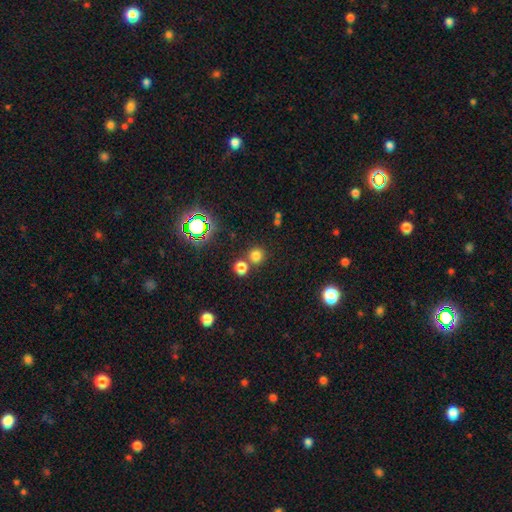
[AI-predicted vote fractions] A smooth galaxy with no disk features (72%) that is round (90%).

Vote fractions:
- Smooth or featured? smooth: 72% / star or artifact: 22% / featured or disk: 6%
- How rounded? round: 90% / in between: 9% / cigar-shaped: 1%
- Merging? none: 66% / merger: 24% / minor disturbance: 6% / major disturbance: 3%